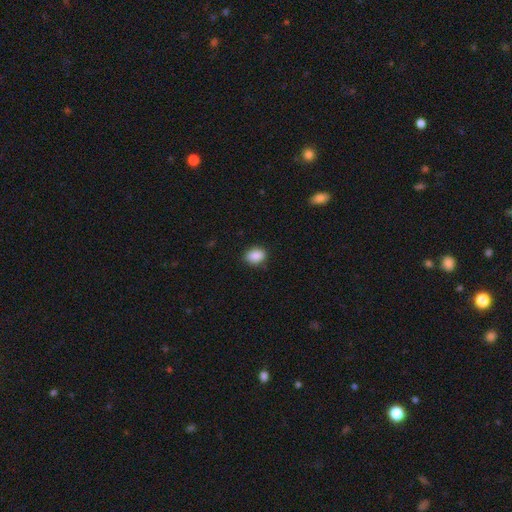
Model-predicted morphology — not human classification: The model was most divided on "how rounded": in between: 67%, round: 31%, cigar-shaped: 1%. More confident: smooth or featured — smooth (89%); merging — none (85%).